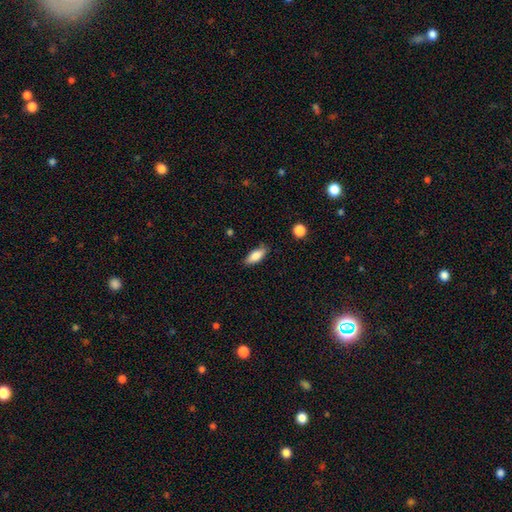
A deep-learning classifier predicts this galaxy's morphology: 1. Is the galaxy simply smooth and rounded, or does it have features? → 83% smooth, 10% featured or disk, 7% star or artifact.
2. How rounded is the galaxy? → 76% in between, 22% cigar-shaped, 2% round.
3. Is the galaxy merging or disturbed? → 82% none, 14% minor disturbance, 3% major disturbance, 2% merger.